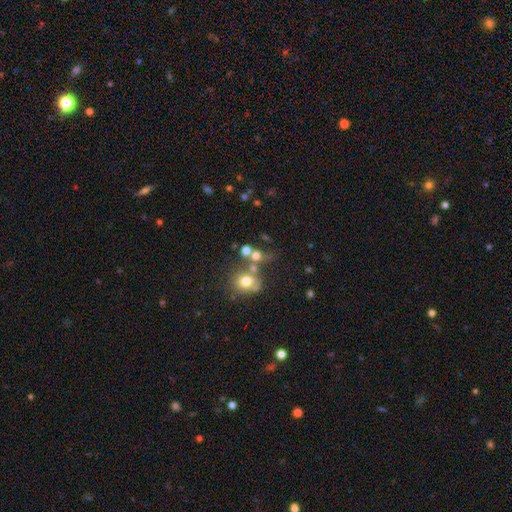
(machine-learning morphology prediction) Overall: smooth (64%). How rounded: round (69%). Merging: none (41%; merger 38%).